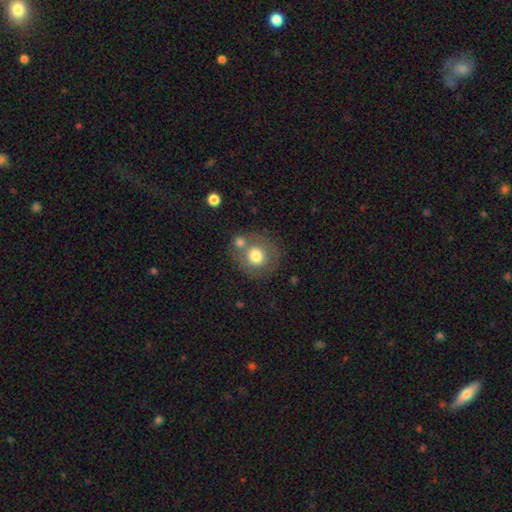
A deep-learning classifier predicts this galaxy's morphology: This appears to be a smooth galaxy with no disk features (72%) that is round (87%). Merging: none (59%).